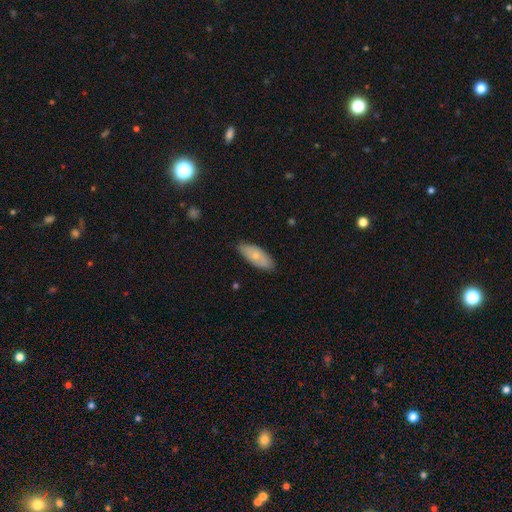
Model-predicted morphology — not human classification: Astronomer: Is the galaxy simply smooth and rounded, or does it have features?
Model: smooth — 67%.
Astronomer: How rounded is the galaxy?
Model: in between — 84%.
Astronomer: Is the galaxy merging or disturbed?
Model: none — 80%.